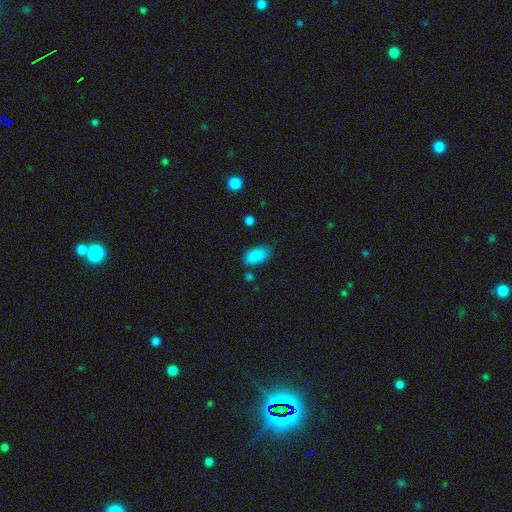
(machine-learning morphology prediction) Smooth or featured: smooth — 88% (star or artifact — 8%)
How rounded: in between — 93% (round — 4%)
Merging: none — 78% (minor disturbance — 15%)